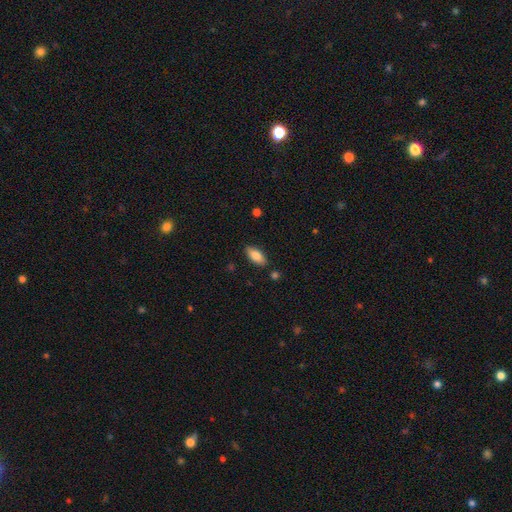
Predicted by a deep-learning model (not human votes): The model was most divided on "smooth or featured": smooth: 79%, featured or disk: 14%, star or artifact: 7%. More confident: how rounded — in between (85%); merging — none (84%).